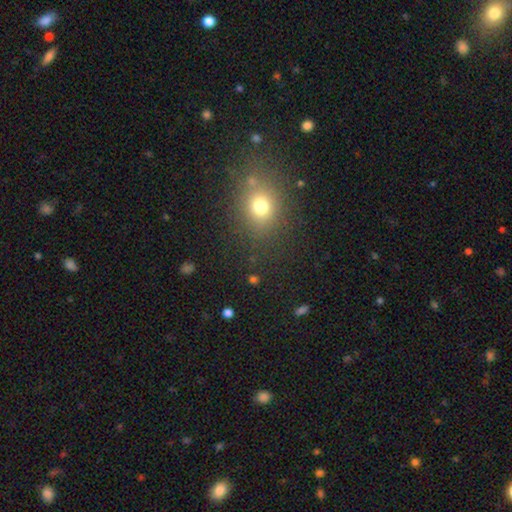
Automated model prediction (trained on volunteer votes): Smooth or featured? Predicted: smooth (p=0.64). How rounded? Predicted: round (p=0.49, tied with in between). Merging? Predicted: none (p=0.86).